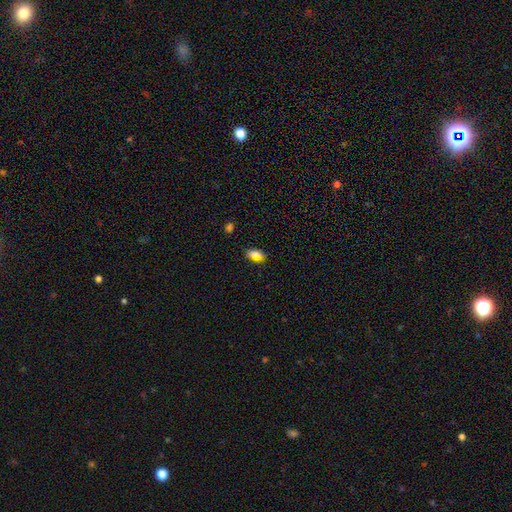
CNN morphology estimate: A smooth galaxy with no disk features (75%) that is in between round and cigar-shaped (84%).

Vote fractions:
- Smooth or featured? smooth: 75% / star or artifact: 15% / featured or disk: 11%
- How rounded? in between: 84% / round: 10% / cigar-shaped: 5%
- Merging? none: 82% / minor disturbance: 13% / major disturbance: 3% / merger: 2%